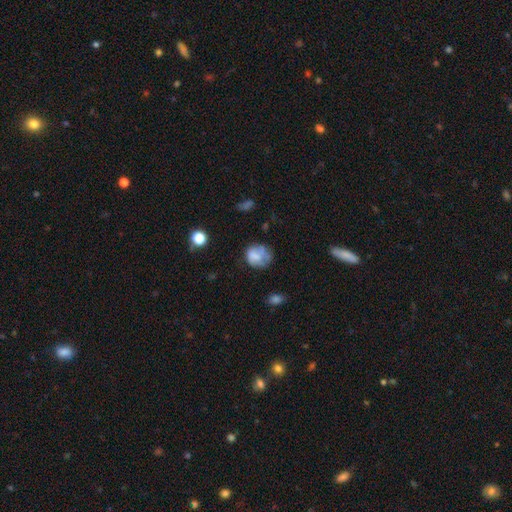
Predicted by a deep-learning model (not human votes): Smooth or featured? Predicted: smooth (p=0.62). How rounded? Predicted: round (p=0.71). Merging? Predicted: none (p=0.51).